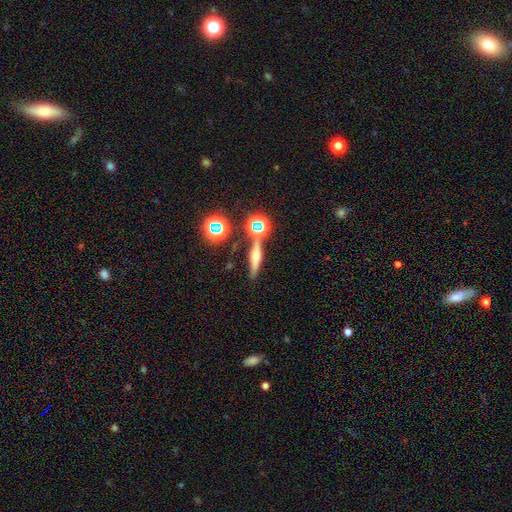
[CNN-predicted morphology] Smooth or featured: featured or disk — 51% (smooth — 31%)
Edge-on disk: yes — 91% (no — 9%)
Merging: none — 78% (minor disturbance — 10%)